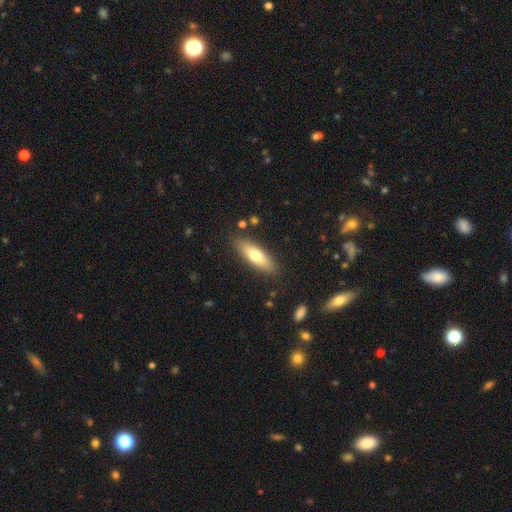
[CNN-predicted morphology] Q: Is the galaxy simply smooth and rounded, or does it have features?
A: smooth — 71%.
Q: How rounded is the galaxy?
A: in between — 50%.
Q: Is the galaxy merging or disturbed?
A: none — 85%.